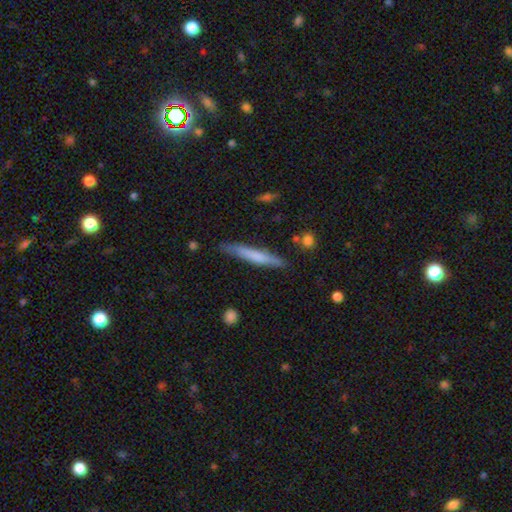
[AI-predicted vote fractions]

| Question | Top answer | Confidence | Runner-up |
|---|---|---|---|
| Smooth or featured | smooth | 61% | featured or disk (33%) |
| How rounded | cigar-shaped | 94% | in between (4%) |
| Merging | none | 83% | minor disturbance (13%) |